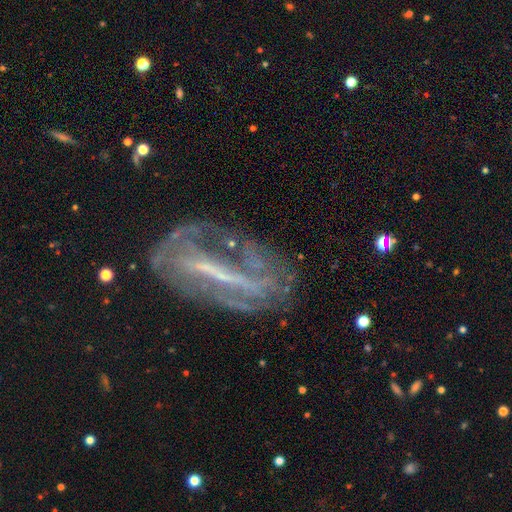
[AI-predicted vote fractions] featured or disk 76%, smooth 13%, star or artifact 11%. Down the decision tree: edge-on disk — no (81%); bar — strong (67%); spiral arms — yes (61%); bulge size — none (42%); merging — none (55%).